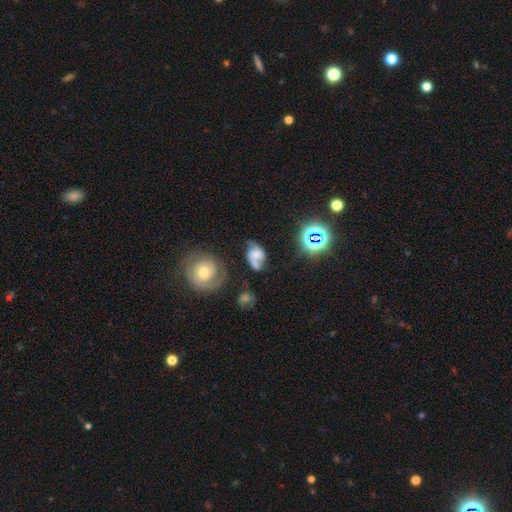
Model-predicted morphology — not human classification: A featured or disk galaxy (58%) with no bar (67%), spiral arms (85%) and a moderate central bulge (47%).

Vote fractions:
- Smooth or featured? featured or disk: 58% / smooth: 28% / star or artifact: 14%
- Edge-on disk? no: 97% / yes: 3%
- Bar? no: 67% / weak: 26% / strong: 7%
- Spiral arms? yes: 85% / no: 15%
- Bulge size? moderate: 47% / small: 29% / large: 11% / none: 10% / dominant: 3%
- Merging? none: 38% / merger: 25% / minor disturbance: 21% / major disturbance: 16%